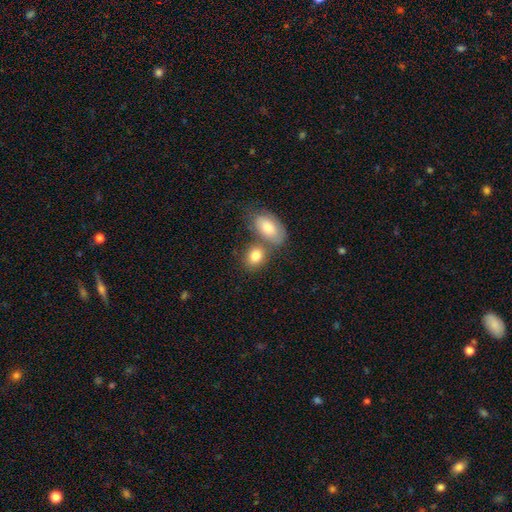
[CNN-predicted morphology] Q: Smooth or featured?
A: smooth (81%); runner-up: featured or disk (11%)
Q: How rounded?
A: in between (61%); runner-up: round (37%)
Q: Merging?
A: none (47%); runner-up: merger (38%)